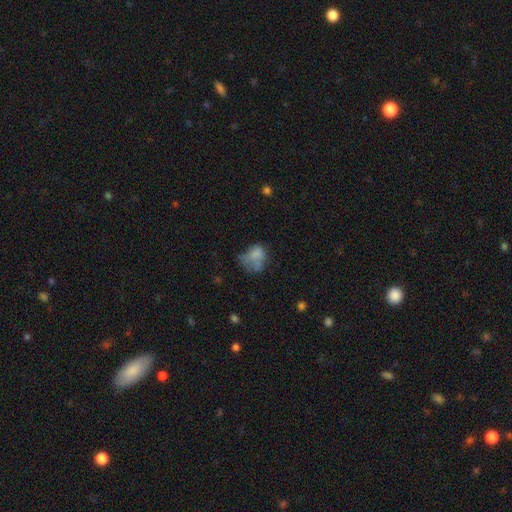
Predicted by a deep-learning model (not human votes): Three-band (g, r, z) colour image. It shows a smooth galaxy with no disk features (65%) that is in between round and cigar-shaped (63%). Merging: major disturbance (34%).